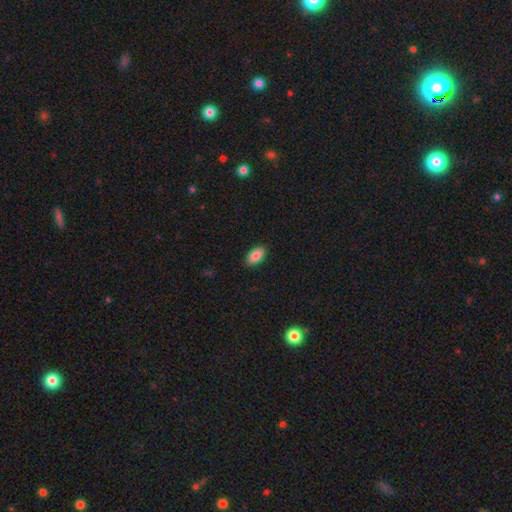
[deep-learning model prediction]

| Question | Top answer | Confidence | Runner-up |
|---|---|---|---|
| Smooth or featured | smooth | 86% | star or artifact (7%) |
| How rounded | in between | 93% | round (4%) |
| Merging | none | 89% | minor disturbance (8%) |